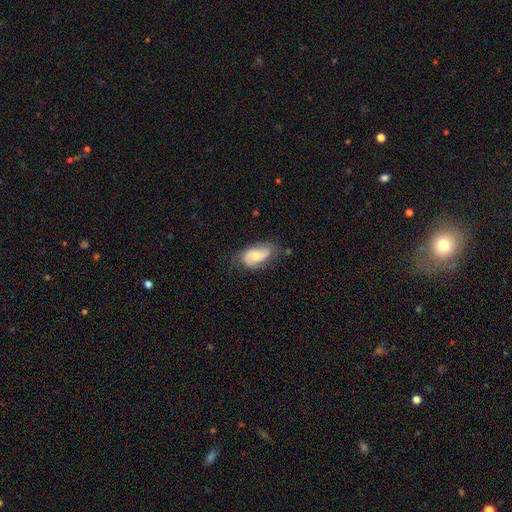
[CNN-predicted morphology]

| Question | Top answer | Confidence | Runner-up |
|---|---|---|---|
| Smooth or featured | featured or disk | 50% | smooth (43%) |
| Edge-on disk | no | 94% | yes (6%) |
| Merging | none | 64% | minor disturbance (27%) |